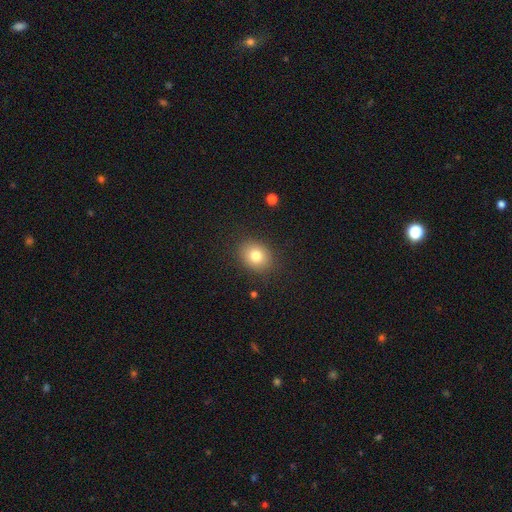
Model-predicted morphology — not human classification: This appears to be a smooth galaxy with no disk features (79%) that is round (55%). Merging: none (87%).